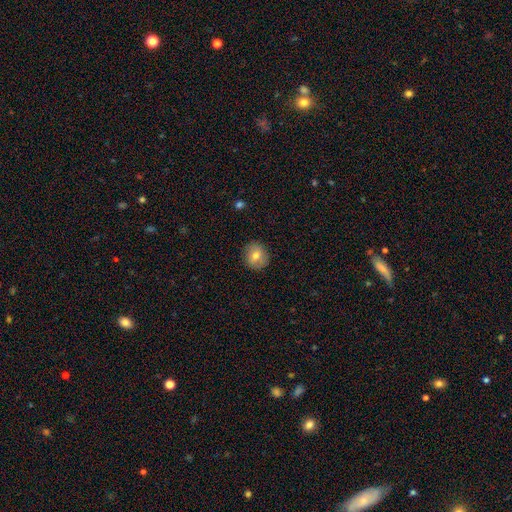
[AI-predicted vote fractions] The model was most divided on "smooth or featured": smooth: 73%, featured or disk: 18%, star or artifact: 9%. More confident: merging — none (87%); how rounded — round (80%).